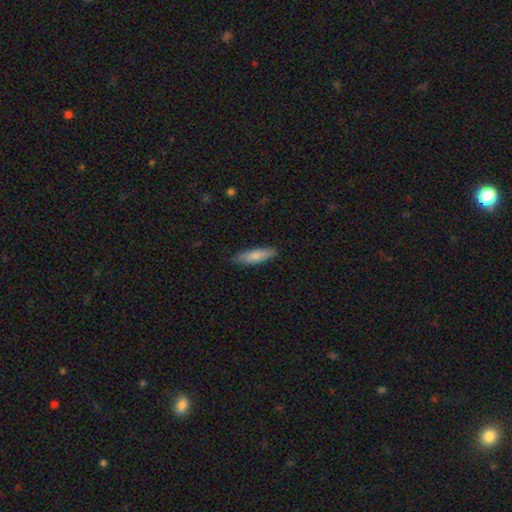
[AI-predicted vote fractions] Morphology: type=smooth (82%); roundness=cigar-shaped (65%); merging=none (85%).